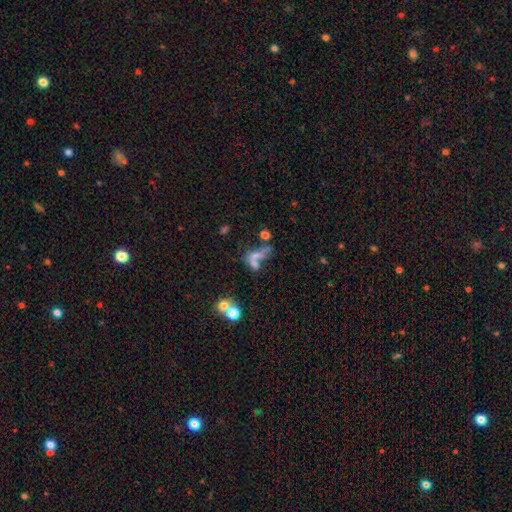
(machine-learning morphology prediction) Smooth or featured?
  - smooth: 48% *
  - featured or disk: 32%
  - star or artifact: 20%
Merging?
  - merger: 46% *
  - major disturbance: 22%
  - none: 21%
  - minor disturbance: 10%